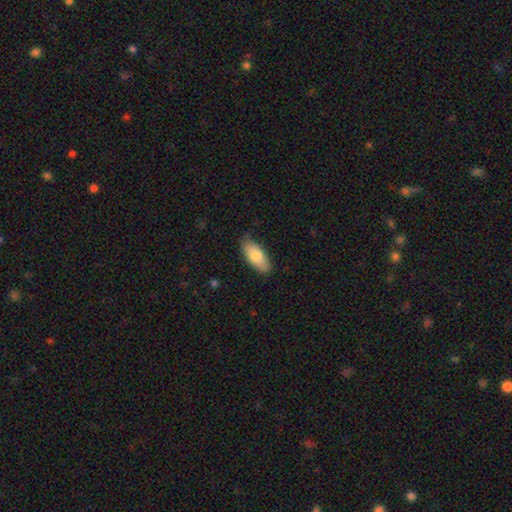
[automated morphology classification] A smooth galaxy with no disk features (79%) that is in between round and cigar-shaped (88%).

Vote fractions:
- Smooth or featured? smooth: 79% / featured or disk: 15% / star or artifact: 6%
- How rounded? in between: 88% / cigar-shaped: 10% / round: 2%
- Merging? none: 76% / minor disturbance: 20% / major disturbance: 3% / merger: 1%